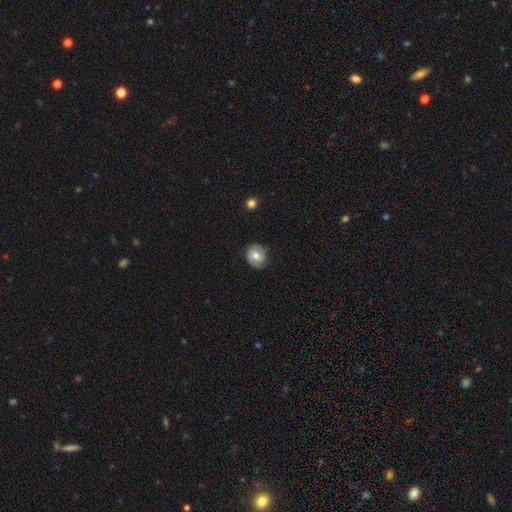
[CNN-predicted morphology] This appears to be a smooth galaxy with no disk features (57%) that is round (72%). Merging: none (78%).